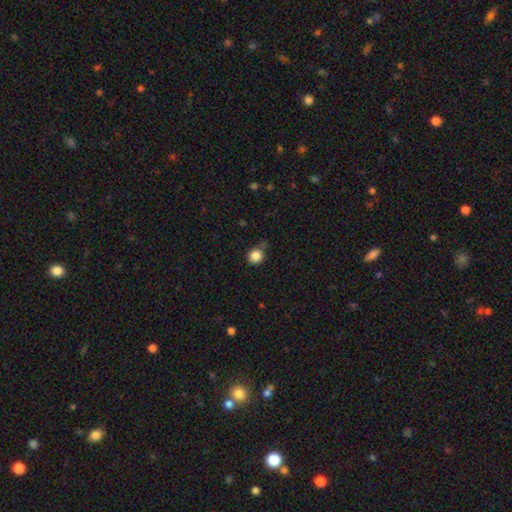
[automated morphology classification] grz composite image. It shows a smooth galaxy with no disk features (85%) that is round (86%). Merging: none (66%).